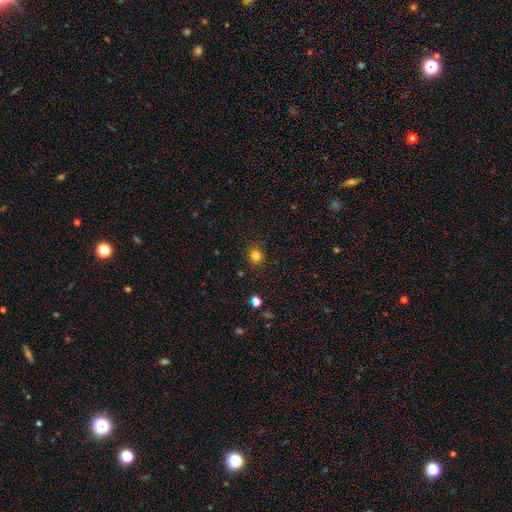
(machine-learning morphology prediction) smooth_or_featured: smooth (p=0.81) [alt: star or artifact p=0.14]
how_rounded: round (p=0.85) [alt: in between p=0.14]
merging: none (p=0.88) [alt: minor disturbance p=0.08]